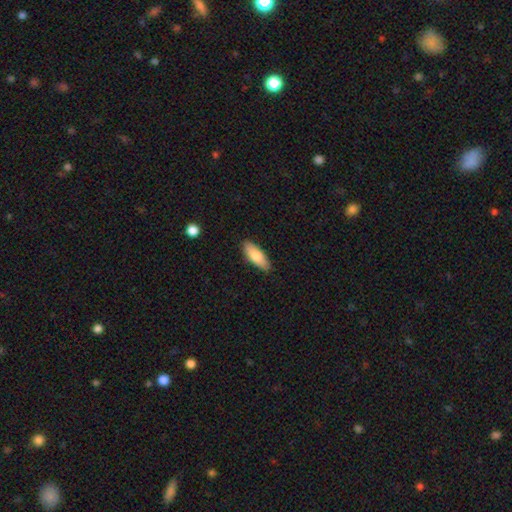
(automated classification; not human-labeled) Q: Smooth or featured?
A: smooth (80%); runner-up: featured or disk (14%)
Q: How rounded?
A: in between (69%); runner-up: cigar-shaped (29%)
Q: Merging?
A: none (88%); runner-up: minor disturbance (9%)